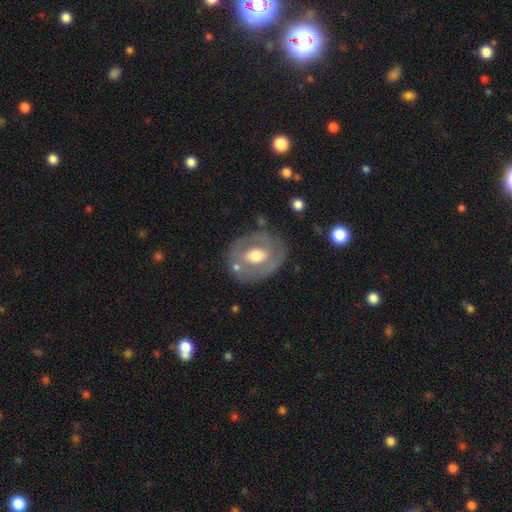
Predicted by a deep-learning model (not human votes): Smooth or featured?
  - featured or disk: 60% *
  - smooth: 34%
  - star or artifact: 6%
Edge-on disk?
  - no: 95% *
  - yes: 5%
Bar?
  - no: 53% *
  - weak: 33%
  - strong: 14%
Spiral arms?
  - no: 65% *
  - yes: 35%
Bulge size?
  - moderate: 70% *
  - large: 17%
  - small: 11%
  - dominant: 1%
  - none: 1%
Merging?
  - none: 68% *
  - minor disturbance: 18%
  - major disturbance: 8%
  - merger: 5%